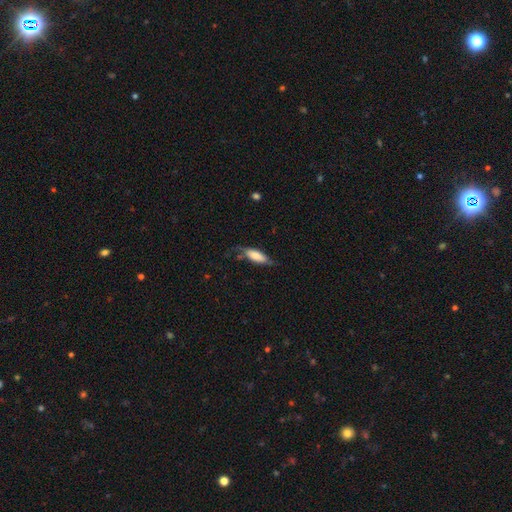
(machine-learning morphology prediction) This is likely a smooth galaxy (68%). How rounded: likely in between (61%). Merging: possibly none (58%).